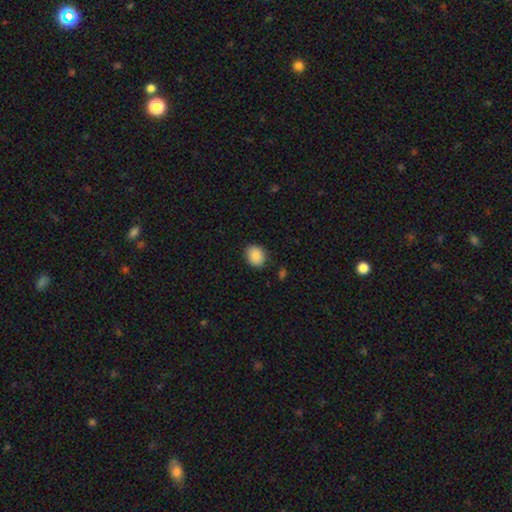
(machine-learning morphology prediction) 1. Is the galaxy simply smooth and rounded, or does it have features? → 89% smooth, 8% star or artifact, 3% featured or disk.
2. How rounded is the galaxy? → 50% round, 49% in between, 1% cigar-shaped.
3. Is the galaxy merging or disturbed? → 86% none, 10% minor disturbance, 3% major disturbance, 1% merger.